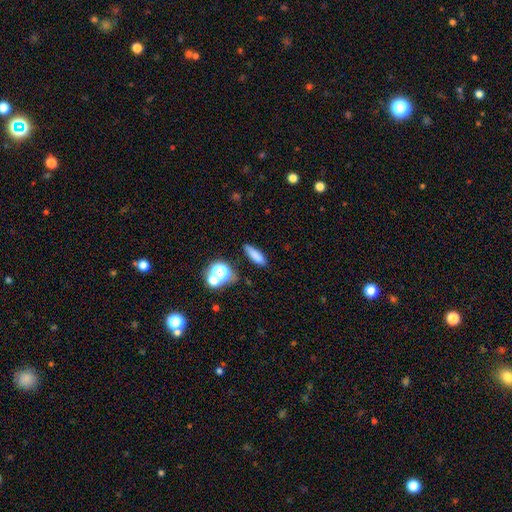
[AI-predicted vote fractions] Smooth or featured? smooth (77%)
How rounded? cigar-shaped (58%)
Merging? none (80%)